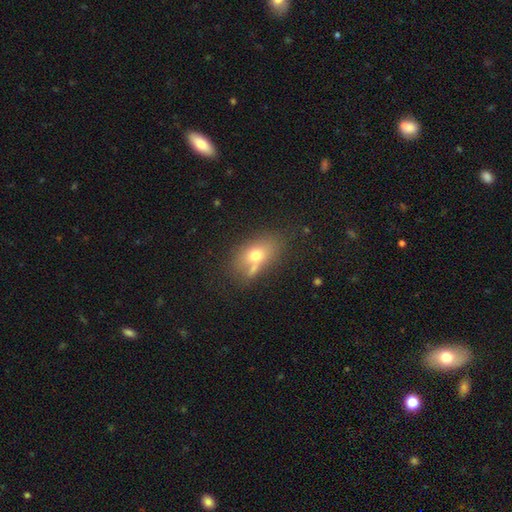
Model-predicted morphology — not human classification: Smooth or featured: smooth — 66% (featured or disk — 22%)
How rounded: in between — 78% (round — 18%)
Merging: none — 51% (merger — 21%)